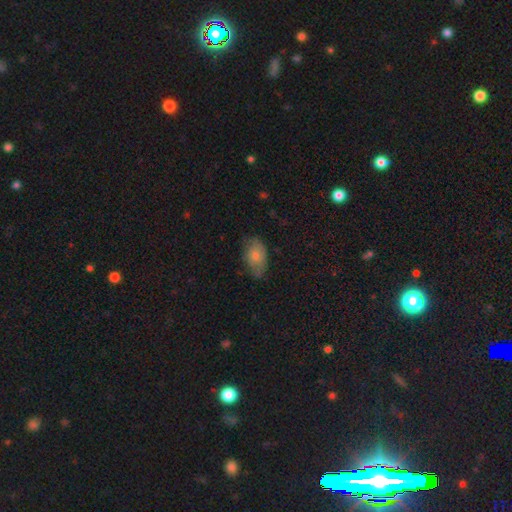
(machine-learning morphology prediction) This appears to be a smooth galaxy with no disk features (74%) that is in between round and cigar-shaped (90%). Merging: none (59%).